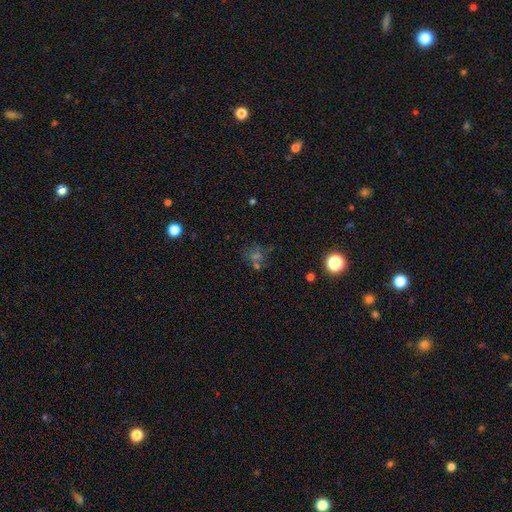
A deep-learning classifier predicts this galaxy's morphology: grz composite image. It shows a star or artifact, not a galaxy (41%, tied with smooth).